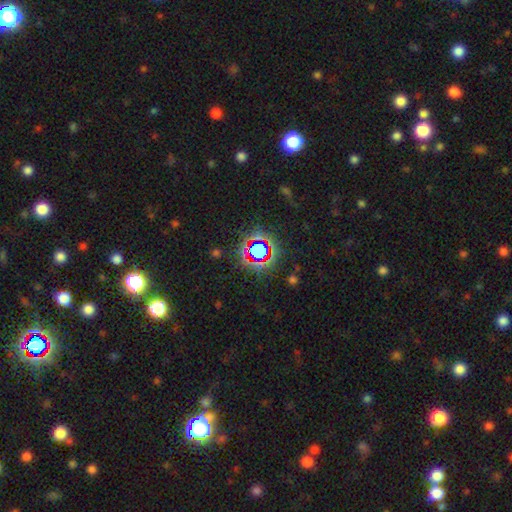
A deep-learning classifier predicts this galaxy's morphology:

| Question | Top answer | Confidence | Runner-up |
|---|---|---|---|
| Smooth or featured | star or artifact | 72% | smooth (17%) |